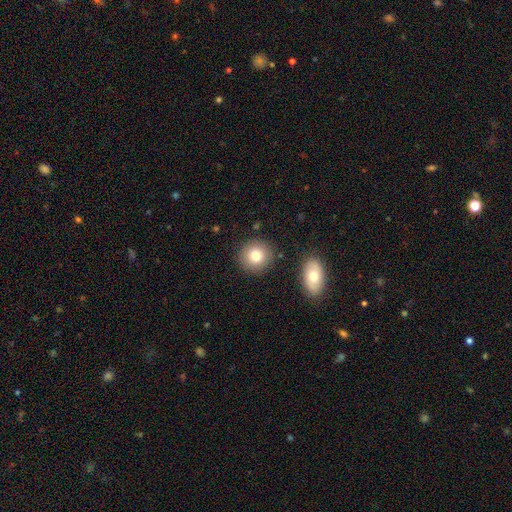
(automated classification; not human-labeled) Q: Smooth or featured?
A: smooth (78%); runner-up: featured or disk (12%)
Q: How rounded?
A: round (90%); runner-up: in between (9%)
Q: Merging?
A: none (85%); runner-up: minor disturbance (8%)